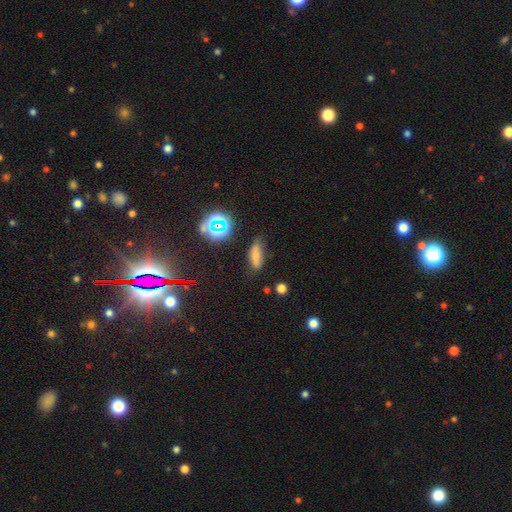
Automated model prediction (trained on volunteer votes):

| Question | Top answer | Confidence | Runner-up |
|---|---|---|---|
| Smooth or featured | smooth | 67% | star or artifact (19%) |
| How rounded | in between | 62% | cigar-shaped (33%) |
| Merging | none | 62% | minor disturbance (26%) |